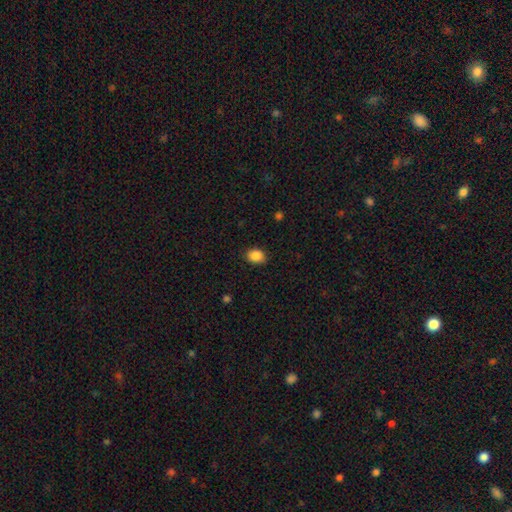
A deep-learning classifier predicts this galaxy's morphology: A smooth galaxy with no disk features (88%) that is in between round and cigar-shaped (67%).

Vote fractions:
- Smooth or featured? smooth: 88% / star or artifact: 9% / featured or disk: 4%
- How rounded? in between: 67% / round: 32% / cigar-shaped: 1%
- Merging? none: 87% / minor disturbance: 10% / major disturbance: 2% / merger: 1%